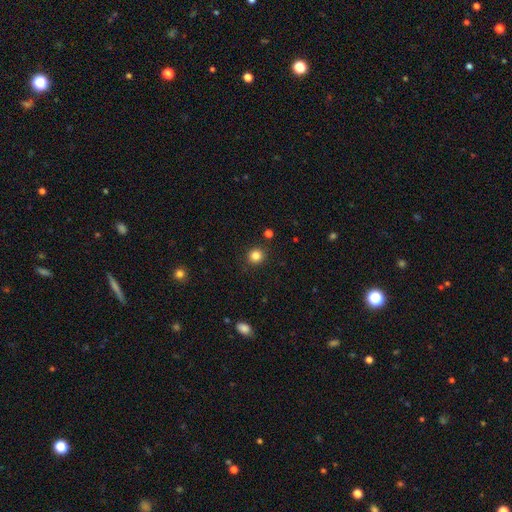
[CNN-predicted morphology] This appears to be a smooth galaxy with no disk features (84%) that is round (90%). Merging: none (89%).